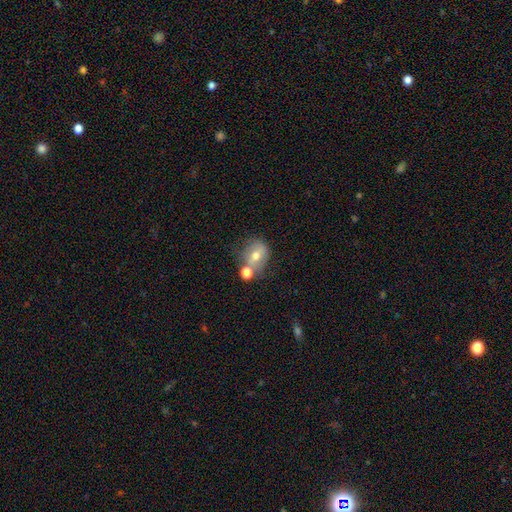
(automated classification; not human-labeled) Smooth or featured: smooth — 59% (featured or disk — 28%)
How rounded: round — 59% (in between — 39%)
Merging: none — 47% (merger — 28%)